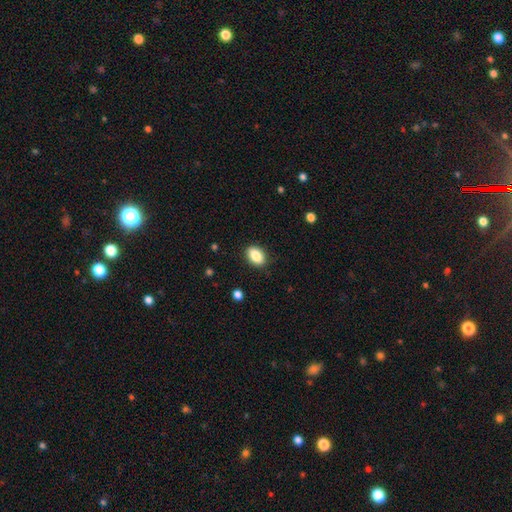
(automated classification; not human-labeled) Smooth or featured: smooth — 86% (star or artifact — 8%)
How rounded: in between — 86% (round — 13%)
Merging: none — 88% (minor disturbance — 9%)